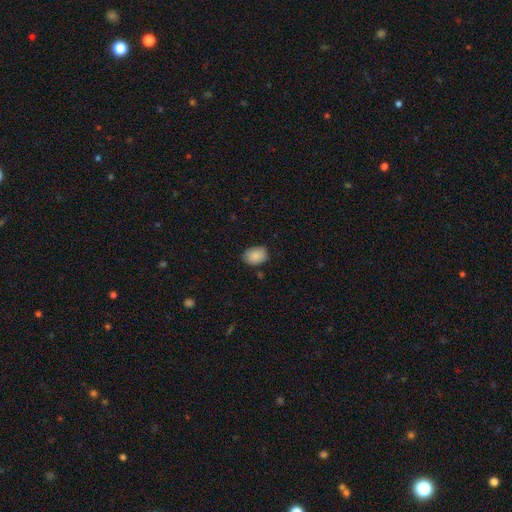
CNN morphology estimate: Overall: smooth (88%). How rounded: in between (70%). Merging: none (77%).